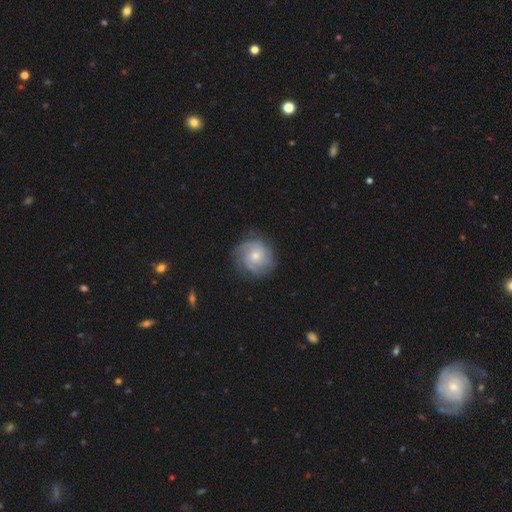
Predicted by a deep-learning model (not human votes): featured or disk 71%, smooth 23%, star or artifact 6%. Down the decision tree: edge-on disk — no (98%); bar — no (75%); spiral arms — yes (91%); spiral arm count — can't tell (33%); spiral winding — tight (57%); bulge size — moderate (57%); merging — none (73%).